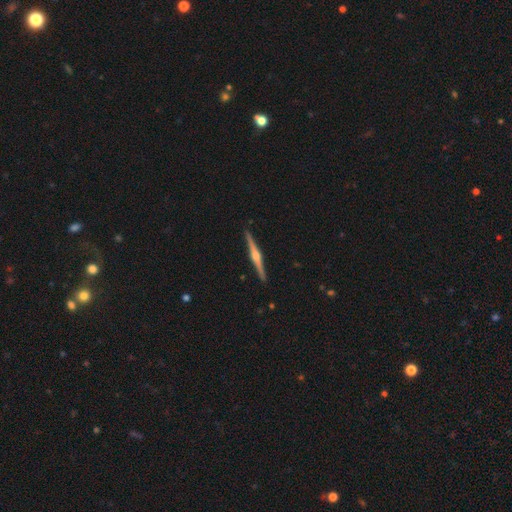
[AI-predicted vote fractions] Morphology: type=featured or disk (84%); edge-on=yes (99%); edge-on bulge=rounded (90%); merging=none (93%).